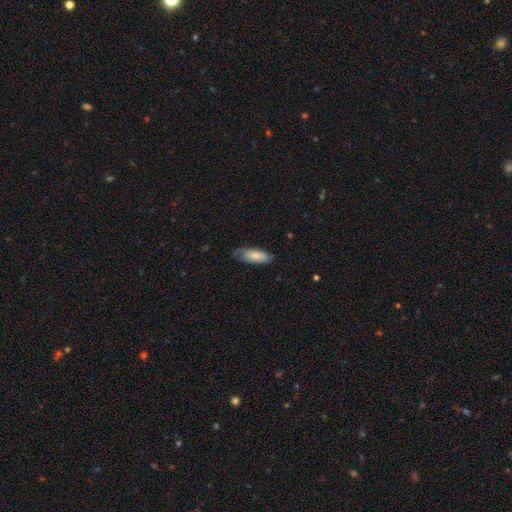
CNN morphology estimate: Smooth or featured?
  - smooth: 75% *
  - featured or disk: 19%
  - star or artifact: 6%
How rounded?
  - in between: 71% *
  - cigar-shaped: 28%
  - round: 2%
Merging?
  - none: 67% *
  - minor disturbance: 26%
  - major disturbance: 5%
  - merger: 1%